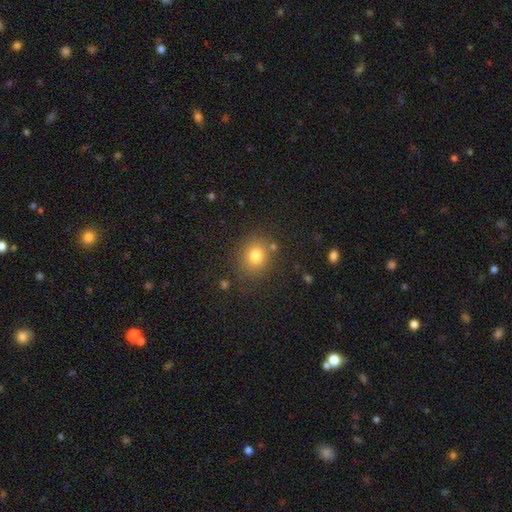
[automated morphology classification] Smooth or featured? smooth (78%)
How rounded? round (75%)
Merging? none (80%)